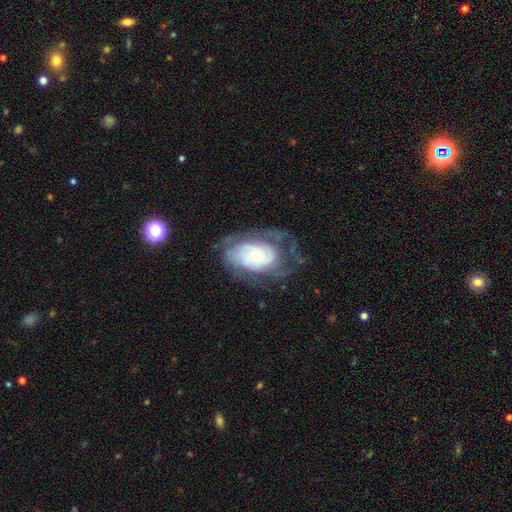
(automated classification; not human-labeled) smooth_or_featured: featured or disk (p=0.73) [alt: smooth p=0.20]
disk_edge_on: no (p=0.95) [alt: yes p=0.05]
bar: no (p=0.78) [alt: weak p=0.17]
has_spiral_arms: yes (p=0.80) [alt: no p=0.20]
spiral_winding: tight (p=0.60) [alt: medium p=0.28]
spiral_arm_count: can't tell (p=0.54) [alt: 2 p=0.21]
bulge_size: small (p=0.72) [alt: moderate p=0.20]
merging: none (p=0.52) [alt: major disturbance p=0.23]